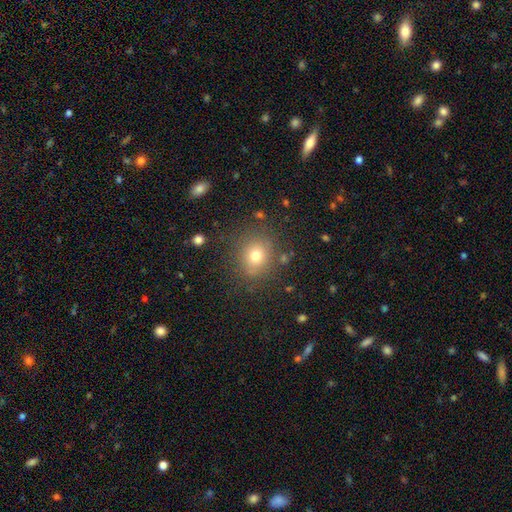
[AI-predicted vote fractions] smooth_or_featured: smooth (p=0.73) [alt: star or artifact p=0.16]
how_rounded: round (p=0.72) [alt: in between p=0.27]
merging: none (p=0.82) [alt: minor disturbance p=0.11]